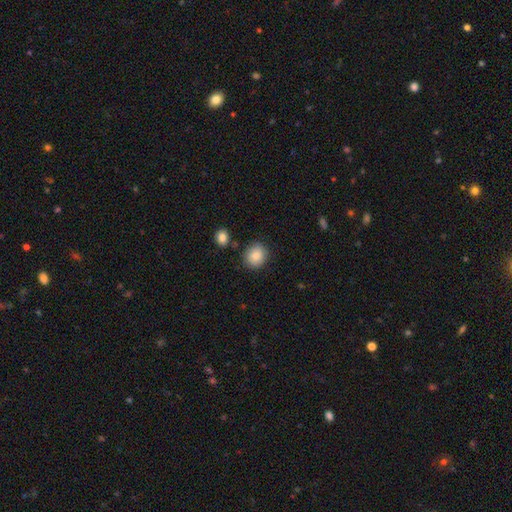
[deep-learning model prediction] Morphology: type=smooth (87%); roundness=round (75%); merging=none (84%).